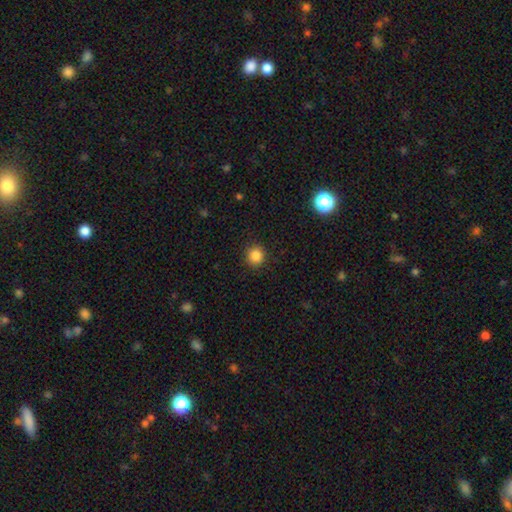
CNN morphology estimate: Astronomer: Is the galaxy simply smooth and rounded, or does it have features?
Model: smooth — 86%.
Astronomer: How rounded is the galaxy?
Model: round — 90%.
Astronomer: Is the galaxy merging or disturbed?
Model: none — 90%.